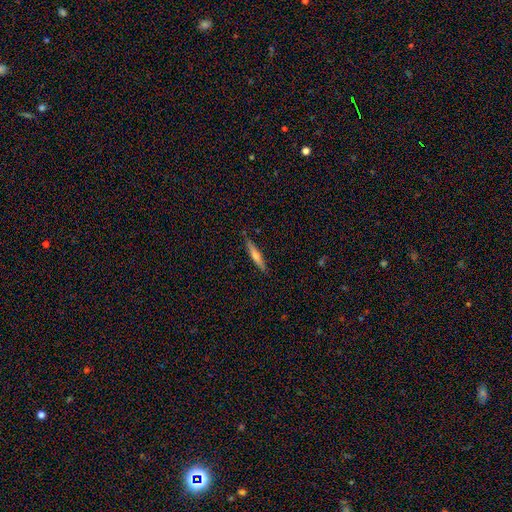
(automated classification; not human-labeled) Smooth or featured? Predicted: smooth (p=0.50). Merging? Predicted: none (p=0.85).